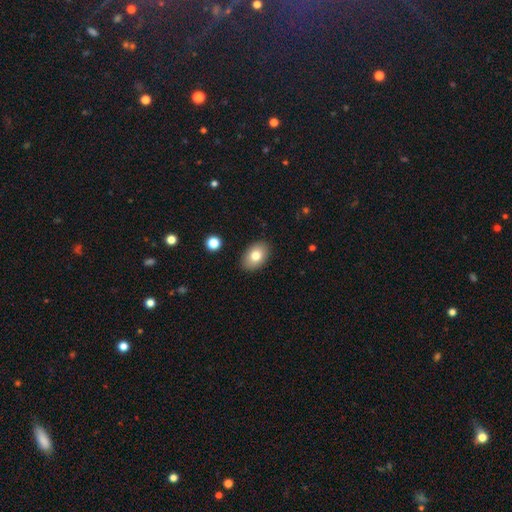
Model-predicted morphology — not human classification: Q: Smooth or featured?
A: smooth (79%); runner-up: featured or disk (13%)
Q: How rounded?
A: in between (84%); runner-up: round (15%)
Q: Merging?
A: none (88%); runner-up: minor disturbance (9%)